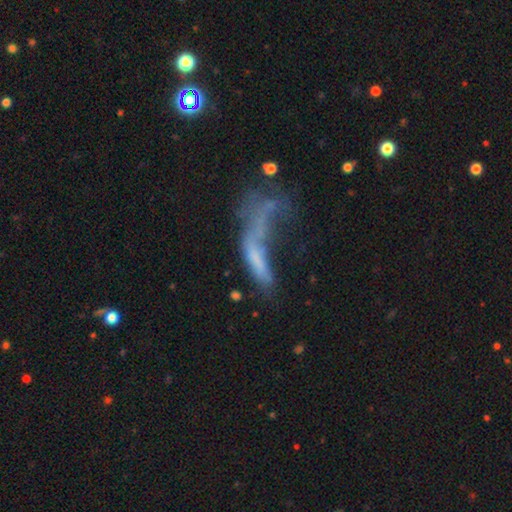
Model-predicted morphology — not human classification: This appears to be a smooth galaxy with no disk features (46%). Merging: major disturbance (49%).